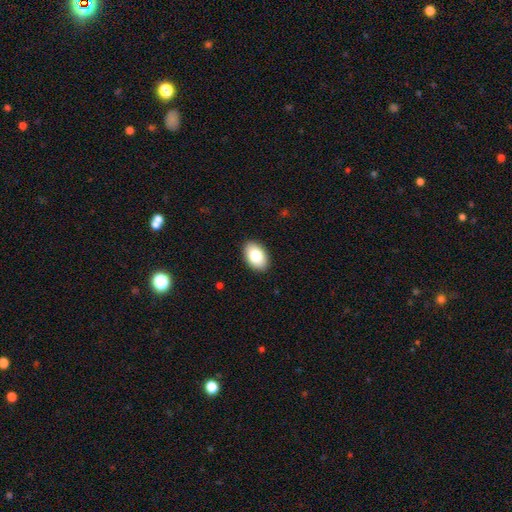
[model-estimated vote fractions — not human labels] This appears to be a smooth galaxy with no disk features (83%) that is in between round and cigar-shaped (91%). Merging: none (90%).